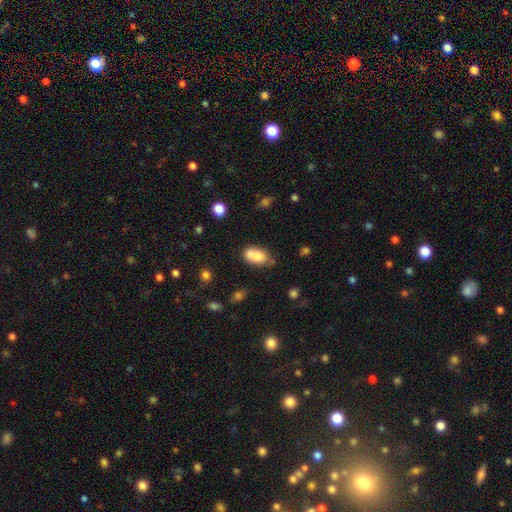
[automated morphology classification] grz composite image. It shows a smooth galaxy with no disk features (72%) that is in between round and cigar-shaped (76%). Merging: merger (53%).